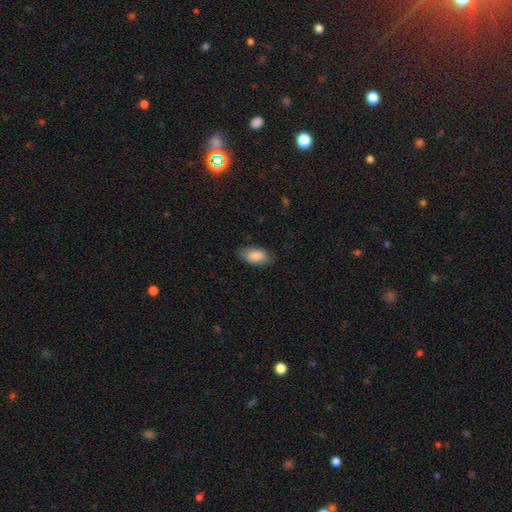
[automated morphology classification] Smooth or featured? smooth (86%)
How rounded? in between (93%)
Merging? none (79%)